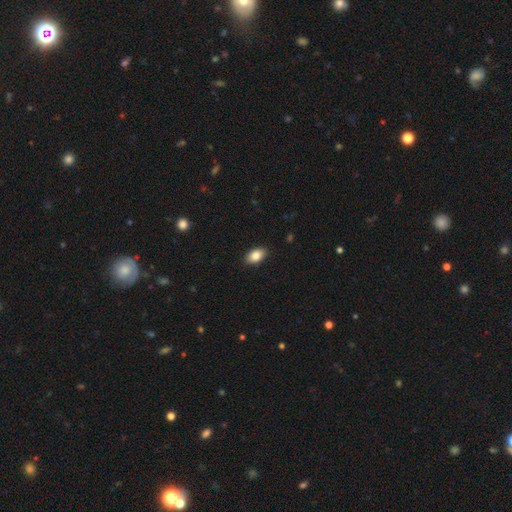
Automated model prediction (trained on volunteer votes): The model was most divided on "smooth or featured": smooth: 86%, star or artifact: 7%, featured or disk: 6%. More confident: how rounded — in between (91%); merging — none (89%).